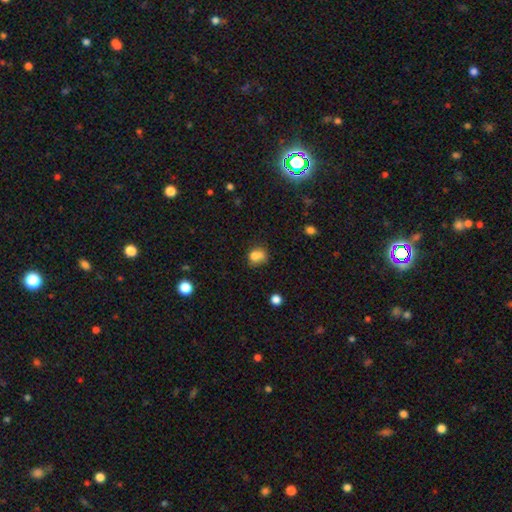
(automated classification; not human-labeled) The model was most divided on "merging": none: 43%, merger: 31%, minor disturbance: 19%, major disturbance: 7%. More confident: smooth or featured — smooth (77%); how rounded — round (56%).